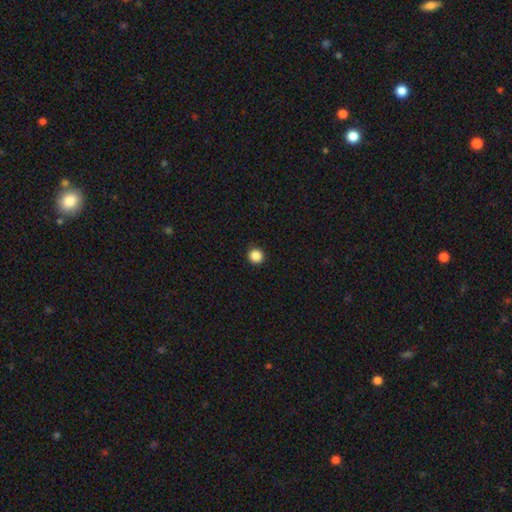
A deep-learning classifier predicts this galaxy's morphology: The model was most divided on "smooth or featured": smooth: 87%, star or artifact: 11%, featured or disk: 3%. More confident: how rounded — round (95%); merging — none (93%).